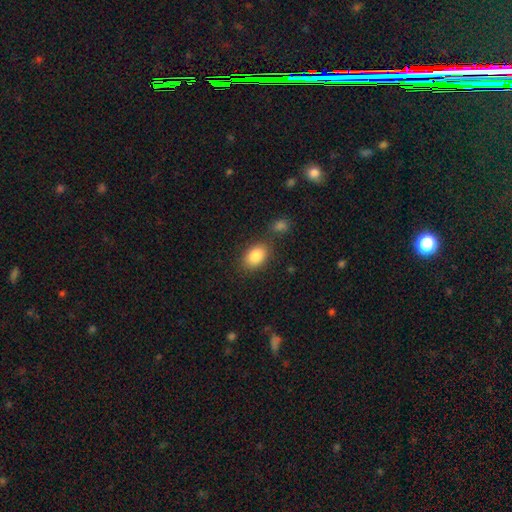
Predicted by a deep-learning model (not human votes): smooth-or-featured: smooth: 86% | star or artifact: 8% | featured or disk: 7%
  how-rounded: in between: 84% | round: 14% | cigar-shaped: 1%
  merging: none: 74% | minor disturbance: 12% | merger: 10% | major disturbance: 4%